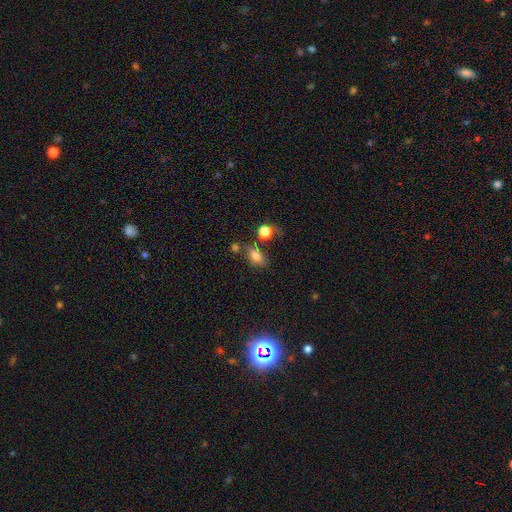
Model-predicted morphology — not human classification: This is likely a smooth galaxy (75%). How rounded: likely in between (79%). Merging: possibly none (57%).